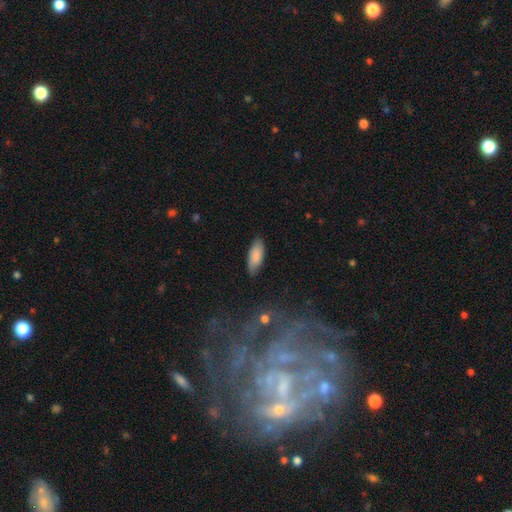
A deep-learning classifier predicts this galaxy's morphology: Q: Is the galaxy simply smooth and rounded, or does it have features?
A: smooth — 85%.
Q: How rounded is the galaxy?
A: in between — 79%.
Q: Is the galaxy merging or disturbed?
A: none — 84%.